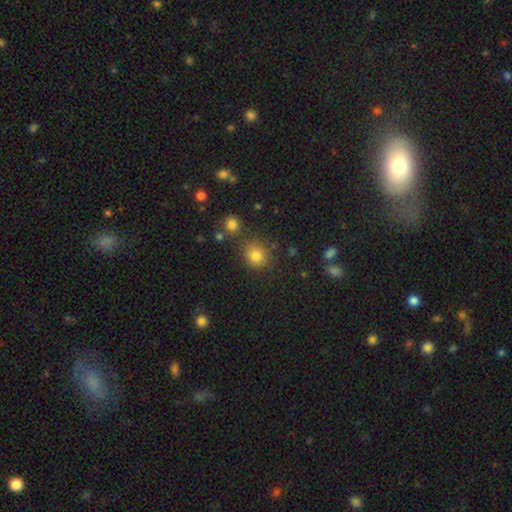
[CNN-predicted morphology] Smooth or featured?
  - smooth: 80% *
  - star or artifact: 14%
  - featured or disk: 6%
How rounded?
  - round: 81% *
  - in between: 18%
  - cigar-shaped: 1%
Merging?
  - none: 79% *
  - minor disturbance: 11%
  - merger: 7%
  - major disturbance: 4%